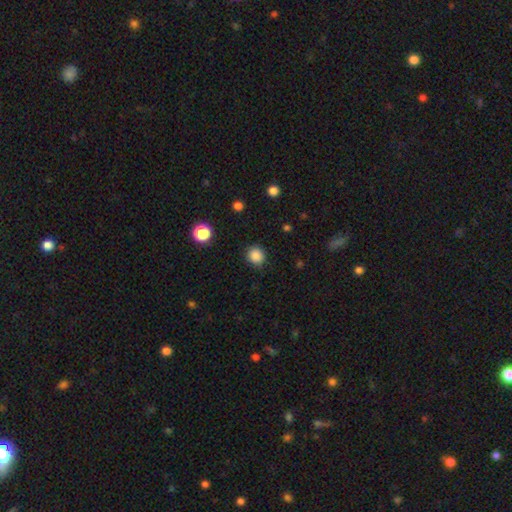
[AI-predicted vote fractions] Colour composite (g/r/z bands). It shows a smooth galaxy with no disk features (86%) that is round (88%). Merging: none (89%).